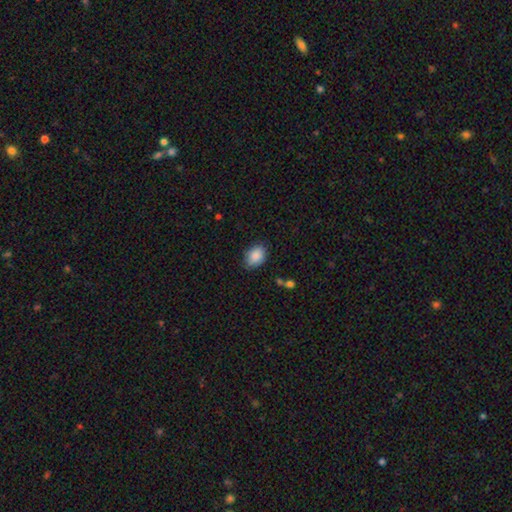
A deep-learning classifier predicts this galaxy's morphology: type=smooth (88%); roundness=in between (80%); merging=none (76%).